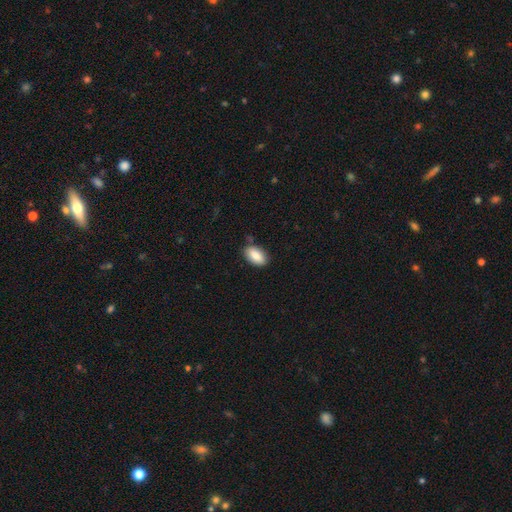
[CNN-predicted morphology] Q: Smooth or featured?
A: smooth (85%); runner-up: featured or disk (8%)
Q: How rounded?
A: in between (92%); runner-up: round (4%)
Q: Merging?
A: none (80%); runner-up: minor disturbance (15%)